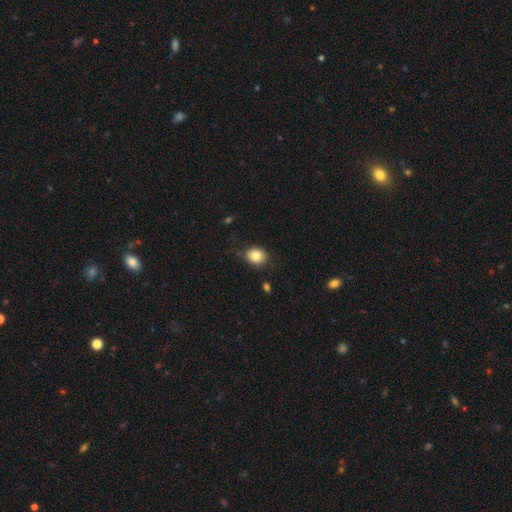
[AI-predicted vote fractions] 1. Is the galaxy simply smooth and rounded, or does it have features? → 81% smooth, 10% star or artifact, 9% featured or disk.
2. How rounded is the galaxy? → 60% round, 39% in between, 1% cigar-shaped.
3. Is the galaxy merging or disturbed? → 75% none, 19% minor disturbance, 5% major disturbance, 2% merger.